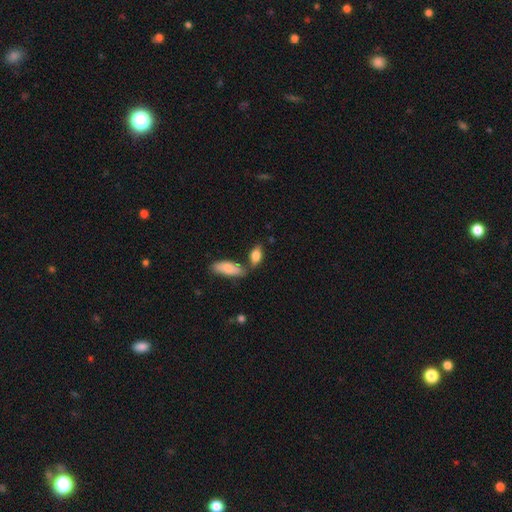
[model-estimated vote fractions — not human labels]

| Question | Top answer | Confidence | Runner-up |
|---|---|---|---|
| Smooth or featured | smooth | 81% | featured or disk (12%) |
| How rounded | in between | 84% | cigar-shaped (12%) |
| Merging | none | 57% | merger (24%) |